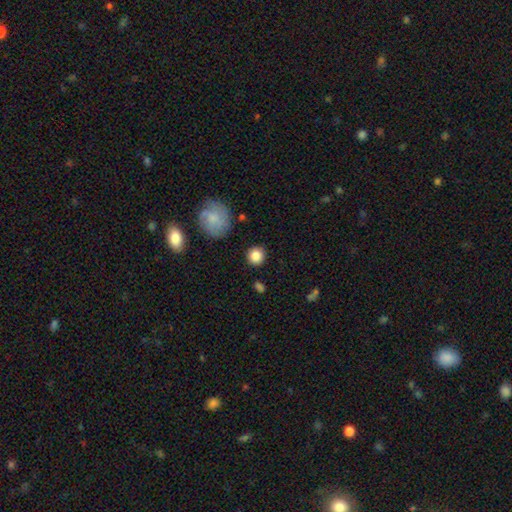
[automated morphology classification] A smooth galaxy with no disk features (85%) that is round (92%).

Vote fractions:
- Smooth or featured? smooth: 85% / star or artifact: 10% / featured or disk: 5%
- How rounded? round: 92% / in between: 7% / cigar-shaped: 1%
- Merging? none: 88% / minor disturbance: 7% / major disturbance: 3% / merger: 2%